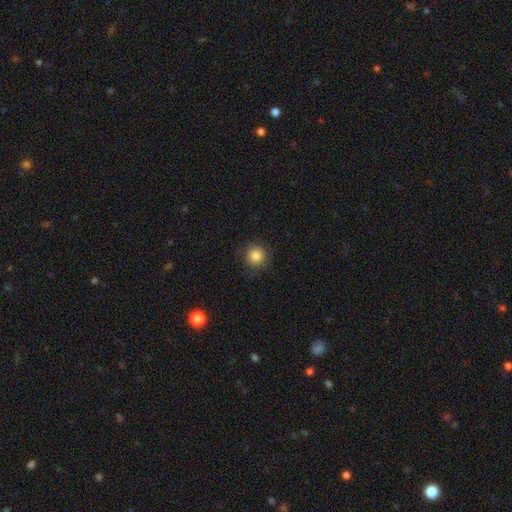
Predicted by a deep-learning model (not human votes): Smooth or featured? Predicted: smooth (p=0.84). How rounded? Predicted: round (p=0.93). Merging? Predicted: none (p=0.87).